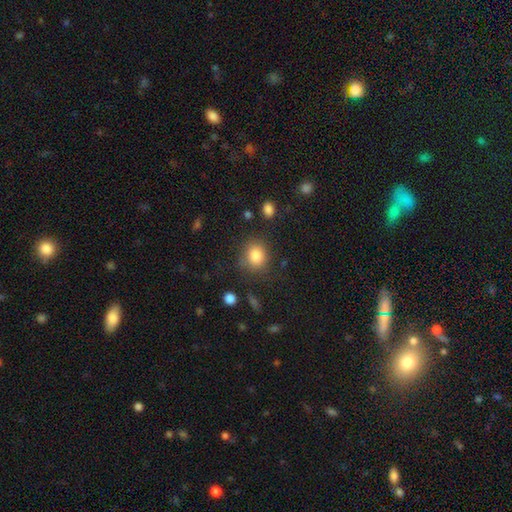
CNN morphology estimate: Smooth or featured? smooth (84%)
How rounded? round (71%)
Merging? none (77%)